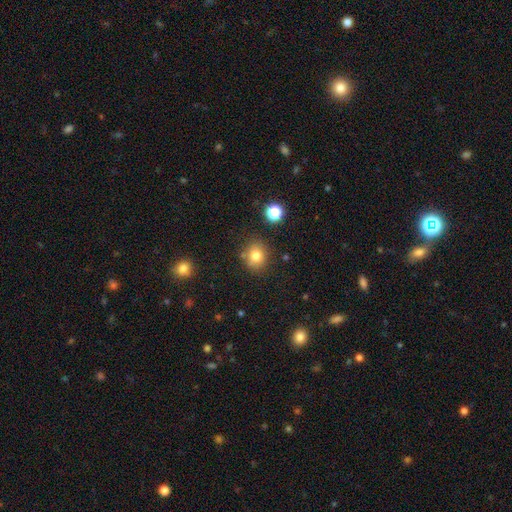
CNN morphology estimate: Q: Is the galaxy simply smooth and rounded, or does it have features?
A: smooth — 78%.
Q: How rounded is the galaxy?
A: round — 74%.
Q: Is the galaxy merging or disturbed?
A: none — 79%.